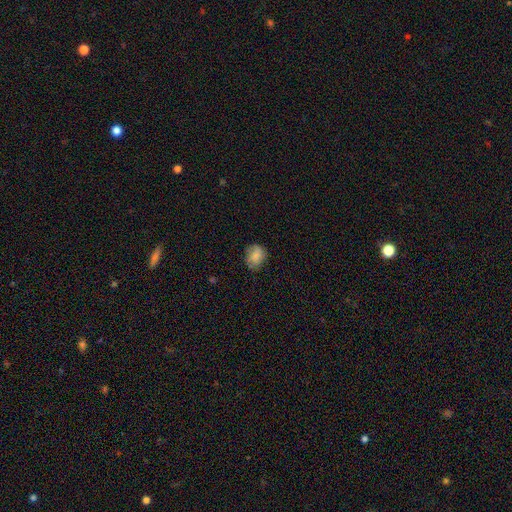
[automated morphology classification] type=smooth (76%); roundness=round (55%); merging=none (69%).